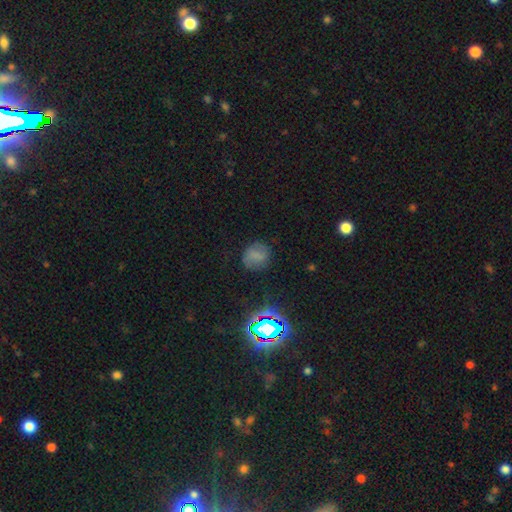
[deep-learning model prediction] Smooth or featured? smooth (59%)
How rounded? round (74%)
Merging? none (77%)